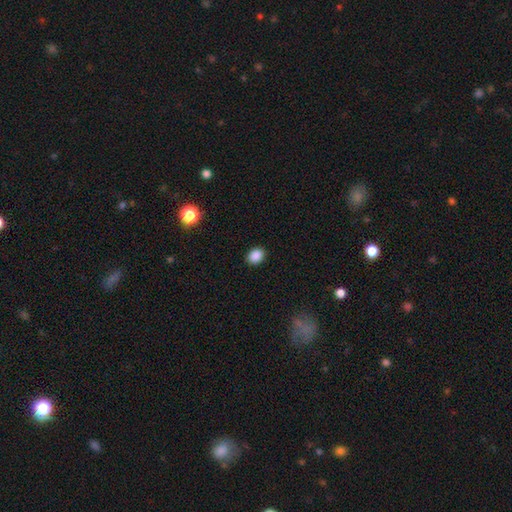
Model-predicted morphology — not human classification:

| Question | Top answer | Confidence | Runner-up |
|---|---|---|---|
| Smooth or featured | smooth | 88% | star or artifact (10%) |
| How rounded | in between | 56% | round (43%) |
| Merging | none | 89% | minor disturbance (8%) |